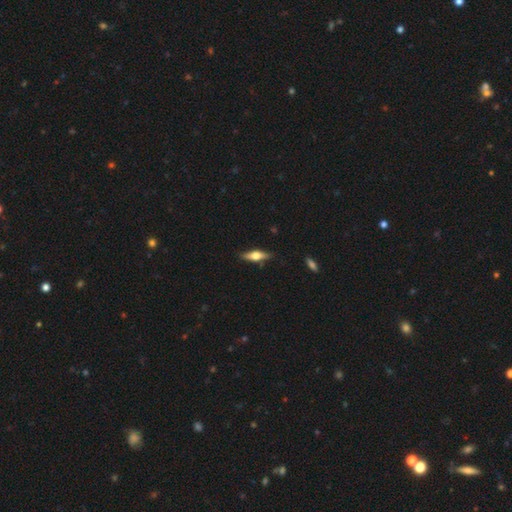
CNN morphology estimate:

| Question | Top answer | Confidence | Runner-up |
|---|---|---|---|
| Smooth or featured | featured or disk | 55% | smooth (39%) |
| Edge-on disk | yes | 94% | no (6%) |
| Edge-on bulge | rounded | 93% | boxy (5%) |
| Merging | none | 85% | minor disturbance (11%) |